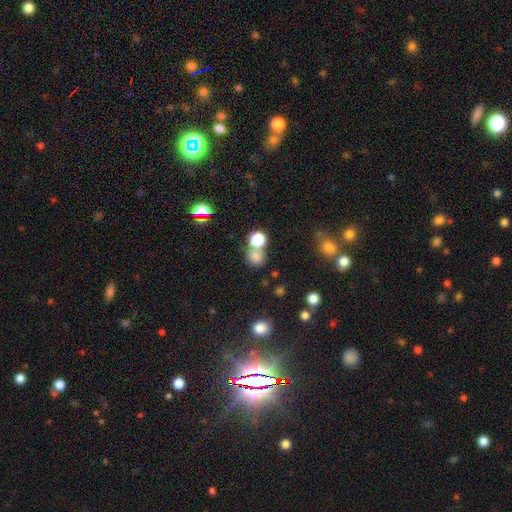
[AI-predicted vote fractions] This appears to be a smooth galaxy with no disk features (74%) that is round (82%). Merging: none (60%).